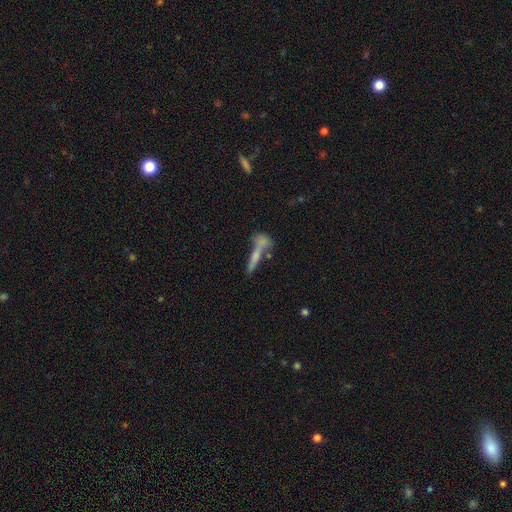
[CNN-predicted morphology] Smooth or featured: smooth — 47% (featured or disk — 40%)
Merging: none — 49% (merger — 33%)